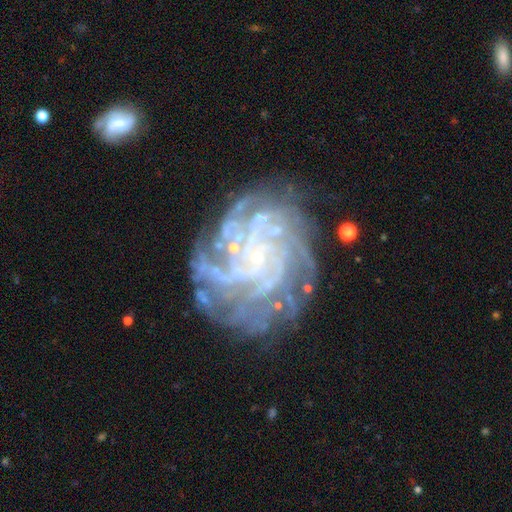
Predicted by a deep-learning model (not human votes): Smooth or featured?
  - featured or disk: 88% *
  - star or artifact: 7%
  - smooth: 5%
Edge-on disk?
  - no: 98% *
  - yes: 2%
Bar?
  - no: 69% *
  - weak: 23%
  - strong: 8%
Spiral arms?
  - yes: 97% *
  - no: 3%
Spiral winding?
  - tight: 72% *
  - medium: 23%
  - loose: 5%
Spiral arm count?
  - more than 4: 33% *
  - 4: 22%
  - can't tell: 18%
  - 3: 10%
  - 2: 8%
  - 1: 8%
Bulge size?
  - small: 82% *
  - none: 10%
  - moderate: 5%
  - large: 1%
  - dominant: 1%
Merging?
  - none: 71% *
  - minor disturbance: 17%
  - major disturbance: 9%
  - merger: 3%